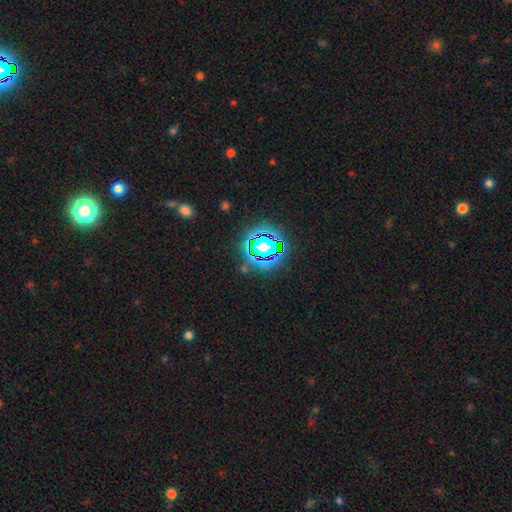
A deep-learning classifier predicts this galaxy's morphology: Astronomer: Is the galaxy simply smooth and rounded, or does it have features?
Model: star or artifact — 81%.